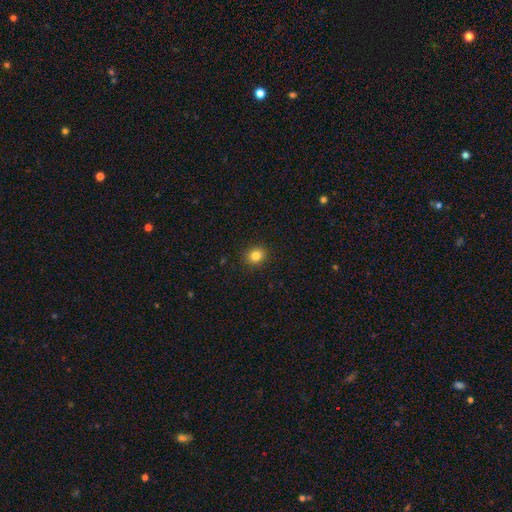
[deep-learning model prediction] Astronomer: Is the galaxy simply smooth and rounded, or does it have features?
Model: smooth — 83%.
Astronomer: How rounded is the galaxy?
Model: round — 76%.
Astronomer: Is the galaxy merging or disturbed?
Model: none — 91%.